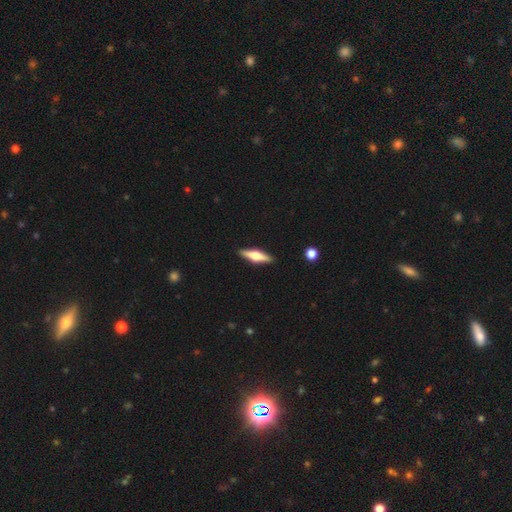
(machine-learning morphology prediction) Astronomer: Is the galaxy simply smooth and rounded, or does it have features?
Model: featured or disk — 63%.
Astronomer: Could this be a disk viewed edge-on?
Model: yes — 96%.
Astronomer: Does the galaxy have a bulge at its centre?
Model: rounded — 92%.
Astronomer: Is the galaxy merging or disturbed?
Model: none — 90%.